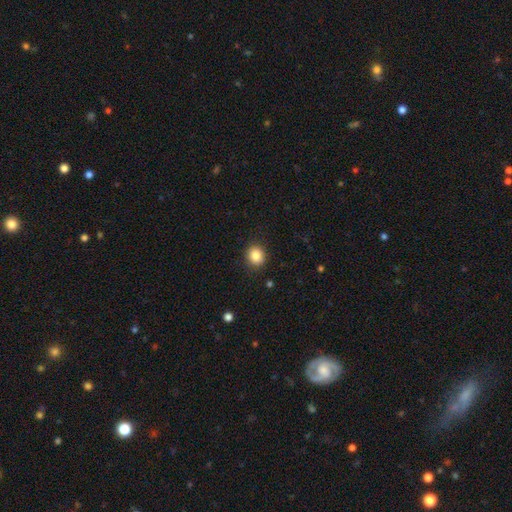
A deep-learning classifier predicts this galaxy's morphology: smooth-or-featured: smooth: 85% | star or artifact: 10% | featured or disk: 5%
  how-rounded: round: 78% | in between: 21% | cigar-shaped: 1%
  merging: none: 89% | minor disturbance: 7% | major disturbance: 2% | merger: 1%